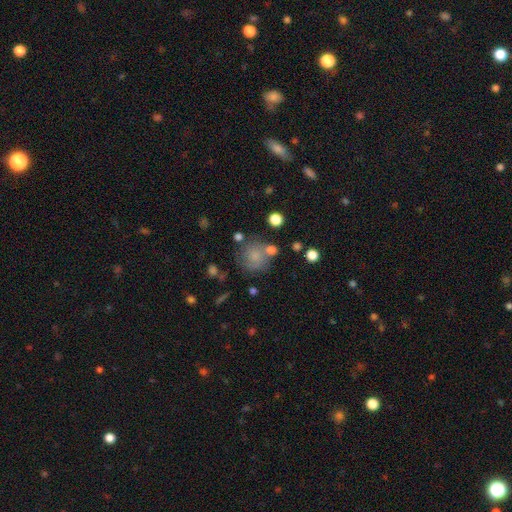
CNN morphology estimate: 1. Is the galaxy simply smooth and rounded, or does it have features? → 72% smooth, 16% featured or disk, 12% star or artifact.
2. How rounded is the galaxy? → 87% round, 12% in between, 1% cigar-shaped.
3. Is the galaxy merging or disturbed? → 61% none, 17% minor disturbance, 13% merger, 9% major disturbance.